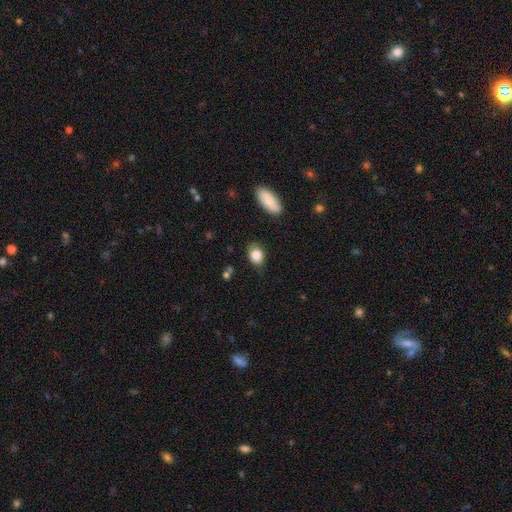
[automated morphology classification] A smooth galaxy with no disk features (84%) that is in between round and cigar-shaped (70%).

Vote fractions:
- Smooth or featured? smooth: 84% / star or artifact: 8% / featured or disk: 7%
- How rounded? in between: 70% / round: 29% / cigar-shaped: 2%
- Merging? none: 71% / minor disturbance: 22% / major disturbance: 5% / merger: 2%